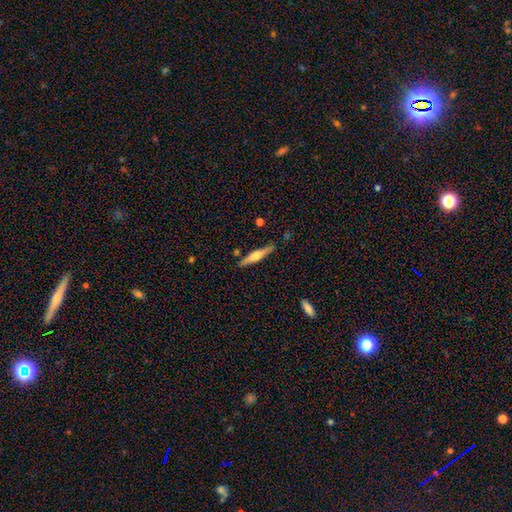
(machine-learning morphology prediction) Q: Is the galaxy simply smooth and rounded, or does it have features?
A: featured or disk — 57%.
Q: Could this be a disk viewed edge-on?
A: yes — 97%.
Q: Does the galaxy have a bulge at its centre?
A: rounded — 79%.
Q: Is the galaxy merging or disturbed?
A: none — 85%.